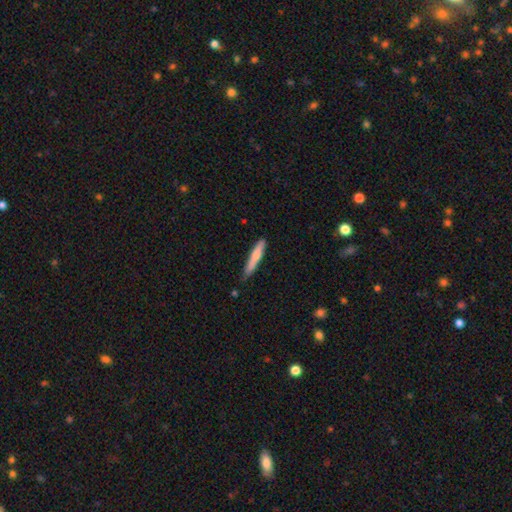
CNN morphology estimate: smooth_or_featured: smooth (p=0.68) [alt: featured or disk p=0.27]
how_rounded: cigar-shaped (p=0.91) [alt: in between p=0.07]
merging: none (p=0.76) [alt: minor disturbance p=0.19]